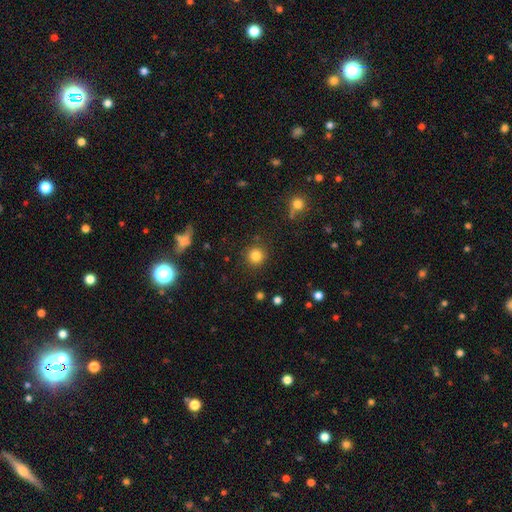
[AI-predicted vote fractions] Smooth or featured?
  - smooth: 83% *
  - star or artifact: 12%
  - featured or disk: 5%
How rounded?
  - round: 93% *
  - in between: 6%
  - cigar-shaped: 1%
Merging?
  - none: 88% *
  - minor disturbance: 7%
  - major disturbance: 3%
  - merger: 2%